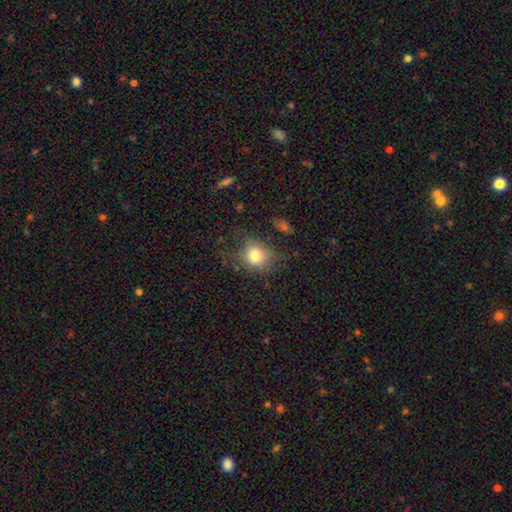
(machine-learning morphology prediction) Smooth or featured: smooth — 77% (featured or disk — 12%)
How rounded: round — 66% (in between — 33%)
Merging: none — 61% (minor disturbance — 23%)